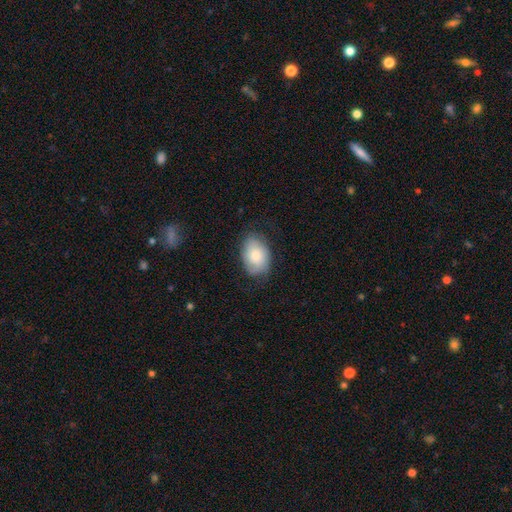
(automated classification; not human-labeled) Q: Smooth or featured?
A: smooth (73%); runner-up: featured or disk (20%)
Q: How rounded?
A: in between (84%); runner-up: round (15%)
Q: Merging?
A: none (72%); runner-up: minor disturbance (21%)